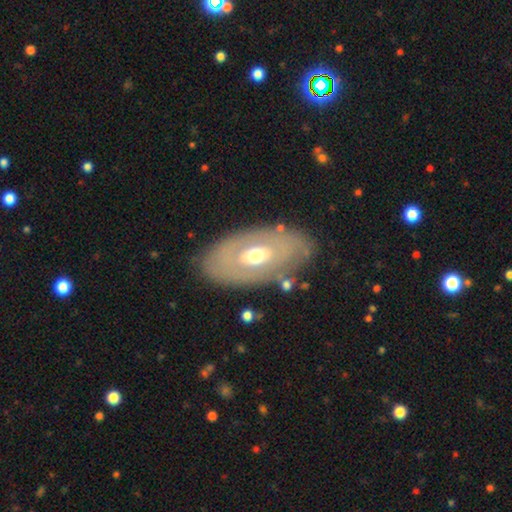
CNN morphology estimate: smooth-or-featured: featured or disk: 58% | smooth: 37% | star or artifact: 6%
  disk-edge-on: no: 88% | yes: 12%
    bar: no: 77% | weak: 17% | strong: 6%
    has-spiral-arms: no: 82% | yes: 18%
    bulge-size: moderate: 71% | small: 15% | large: 12% | dominant: 1% | none: 1%
  merging: none: 77% | minor disturbance: 14% | major disturbance: 6% | merger: 3%